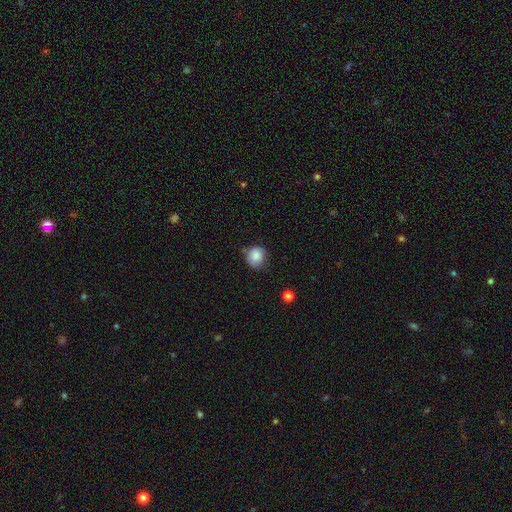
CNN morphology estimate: smooth_or_featured: smooth (p=0.84) [alt: star or artifact p=0.09]
how_rounded: round (p=0.83) [alt: in between p=0.16]
merging: none (p=0.65) [alt: minor disturbance p=0.26]